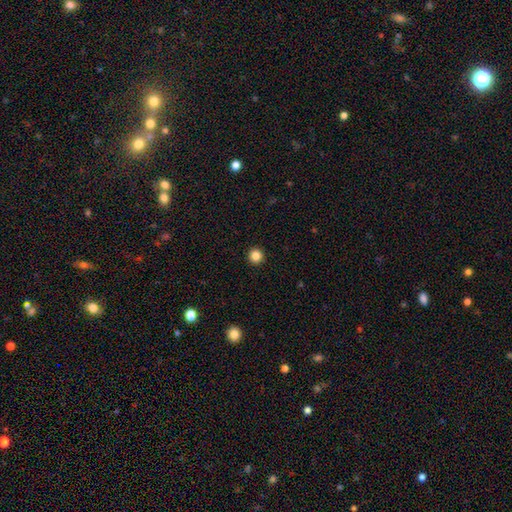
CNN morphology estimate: smooth-or-featured: smooth: 85% | star or artifact: 11% | featured or disk: 4%
  how-rounded: round: 95% | in between: 4% | cigar-shaped: 1%
  merging: none: 94% | minor disturbance: 4% | major disturbance: 1% | merger: 1%